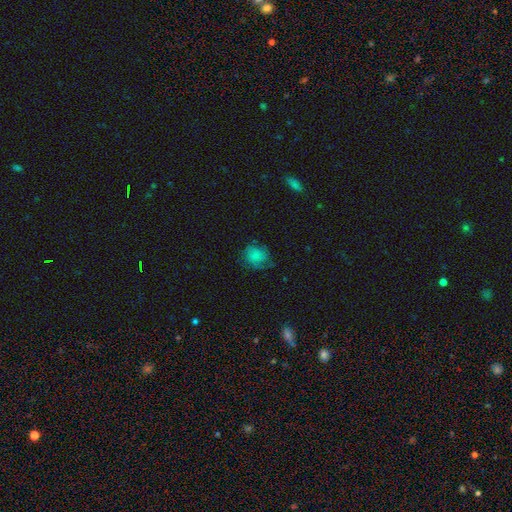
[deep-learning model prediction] Smooth or featured? smooth (70%)
How rounded? round (73%)
Merging? none (59%)